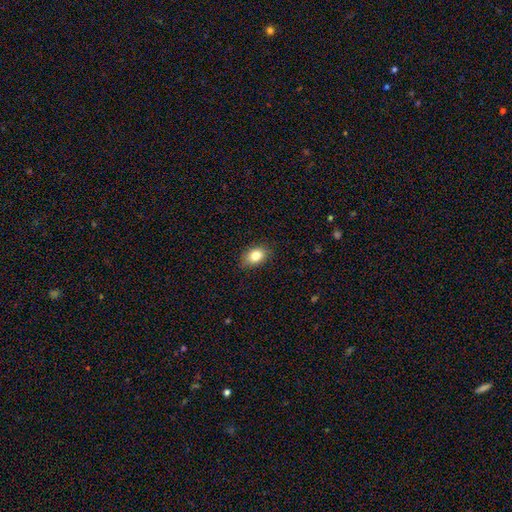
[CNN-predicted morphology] type=smooth (82%); roundness=in between (80%); merging=none (83%).